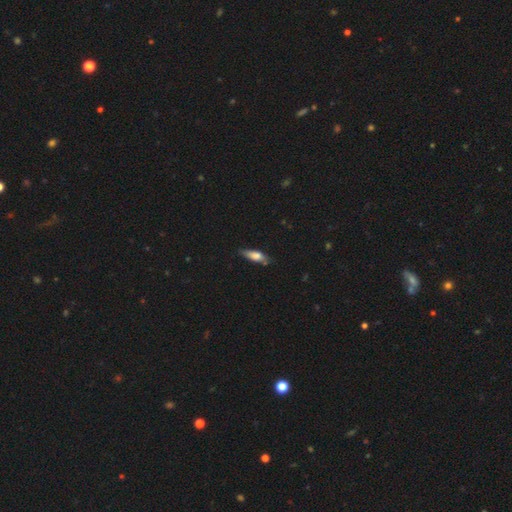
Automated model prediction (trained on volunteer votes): This appears to be a smooth galaxy with no disk features (68%) that is in between round and cigar-shaped (53%). Merging: none (71%).